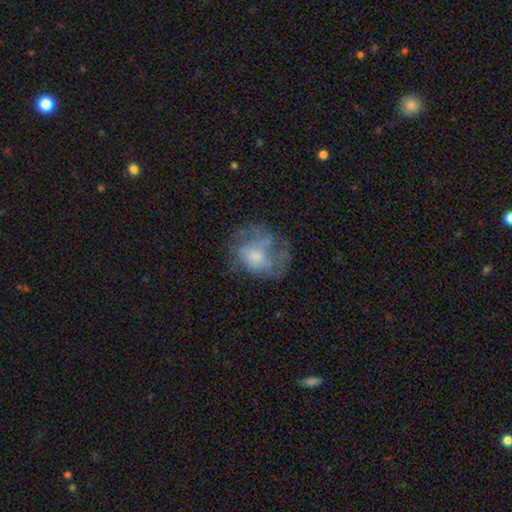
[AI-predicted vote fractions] Q: Smooth or featured?
A: featured or disk (50%); runner-up: smooth (40%)
Q: Merging?
A: none (48%); runner-up: major disturbance (28%)